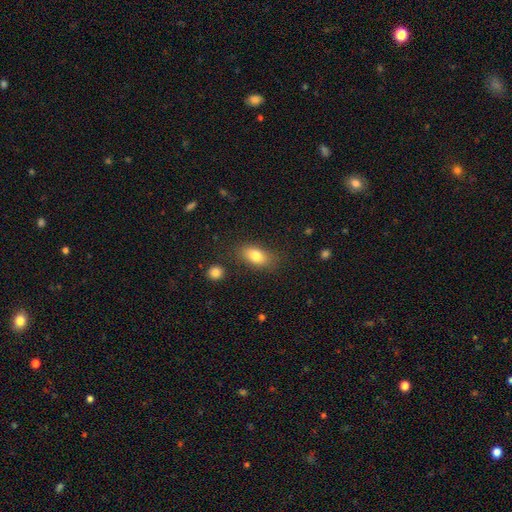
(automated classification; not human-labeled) Smooth or featured? smooth (80%)
How rounded? in between (86%)
Merging? none (79%)